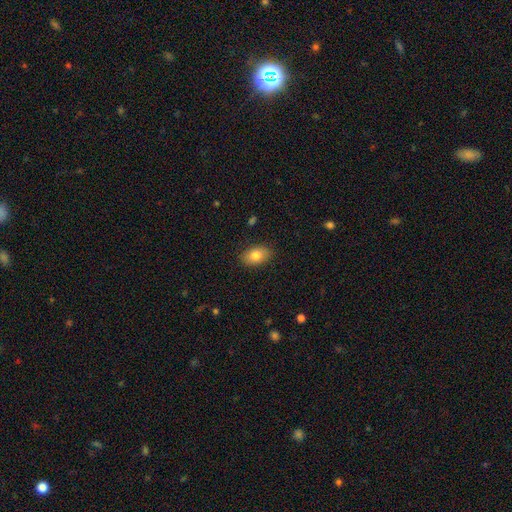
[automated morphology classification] Overall: smooth (82%). How rounded: in between (87%). Merging: none (87%).